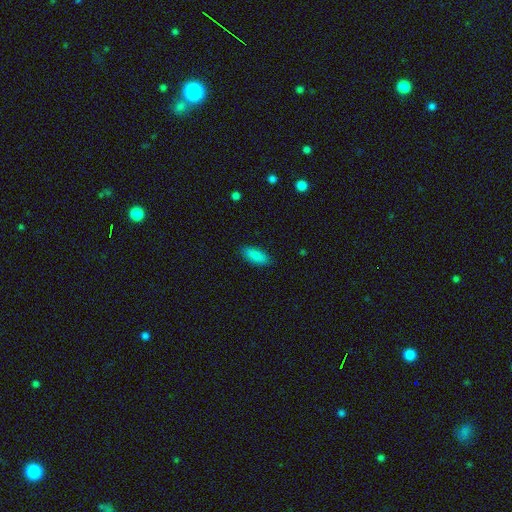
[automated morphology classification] Smooth or featured: smooth — 88% (star or artifact — 7%)
How rounded: in between — 79% (cigar-shaped — 20%)
Merging: none — 88% (minor disturbance — 9%)